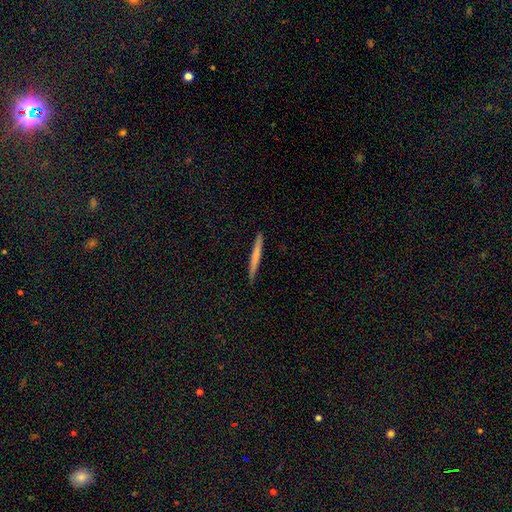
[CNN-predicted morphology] Overall: smooth (64%; featured or disk 31%). How rounded: cigar-shaped (97%). Merging: none (90%).